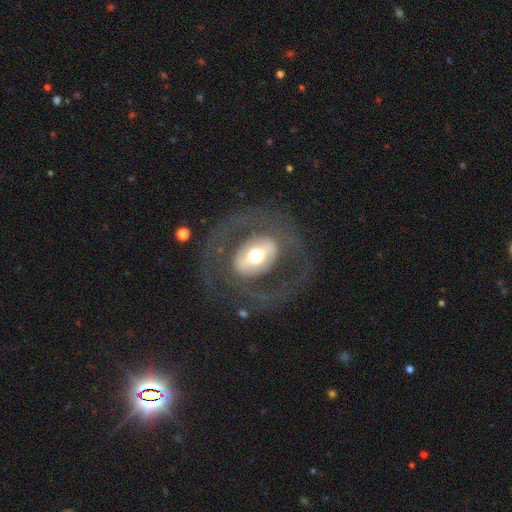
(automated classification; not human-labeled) Morphology: type=featured or disk (66%); edge-on=no (91%); bar=strong (40%); spiral arms=no (64%); bulge=moderate (59%); merging=none (70%).